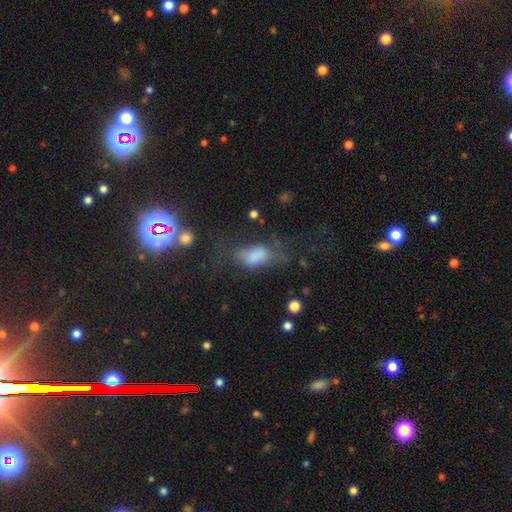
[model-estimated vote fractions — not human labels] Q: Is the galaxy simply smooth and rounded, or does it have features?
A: smooth — 71%.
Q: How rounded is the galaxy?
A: in between — 88%.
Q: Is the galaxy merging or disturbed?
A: major disturbance — 41%.